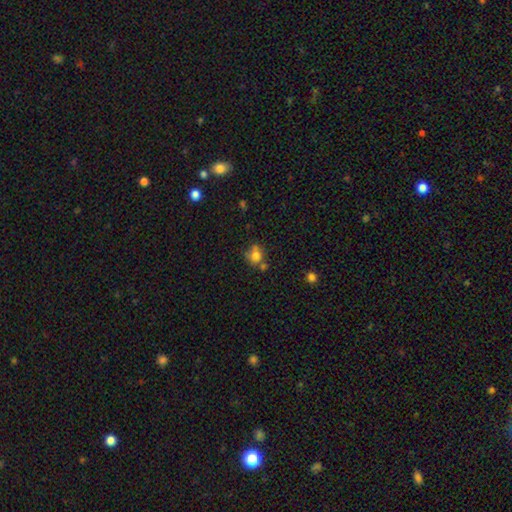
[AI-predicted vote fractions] A smooth galaxy with no disk features (73%) that is round (72%). Merging: none (50%).